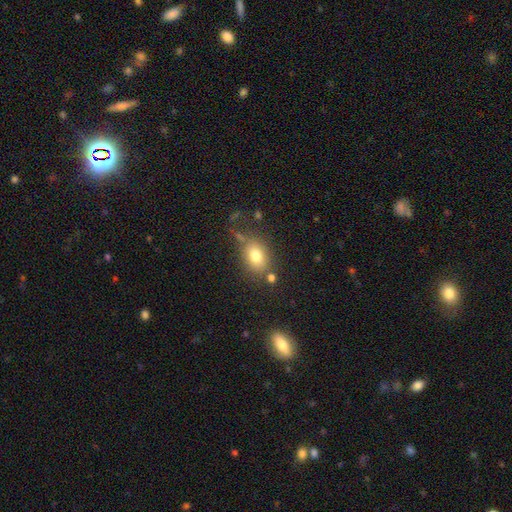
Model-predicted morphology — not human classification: A smooth galaxy with no disk features (79%) that is in between round and cigar-shaped (76%).

Vote fractions:
- Smooth or featured? smooth: 79% / featured or disk: 11% / star or artifact: 10%
- How rounded? in between: 76% / round: 23% / cigar-shaped: 2%
- Merging? none: 68% / minor disturbance: 16% / merger: 9% / major disturbance: 7%